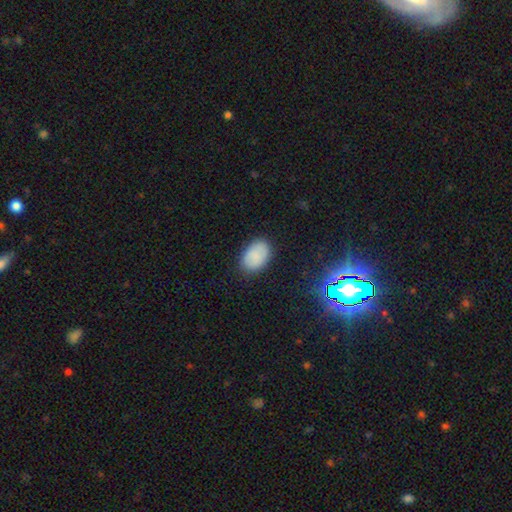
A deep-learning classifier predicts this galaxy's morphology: Smooth or featured? Predicted: smooth (p=0.85). How rounded? Predicted: in between (p=0.90). Merging? Predicted: none (p=0.84).